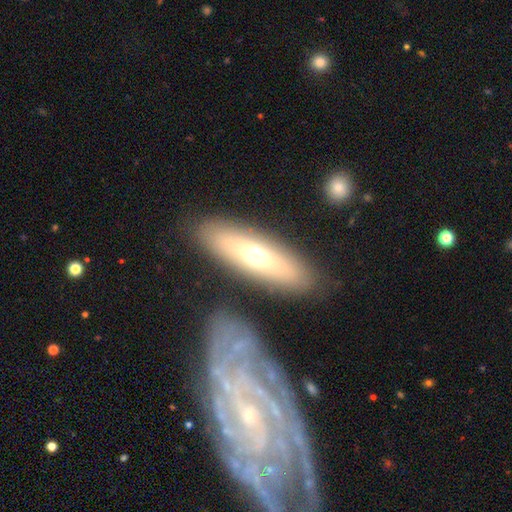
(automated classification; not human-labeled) A smooth galaxy with no disk features (50%) that is cigar-shaped (53%). Merging: none (79%).